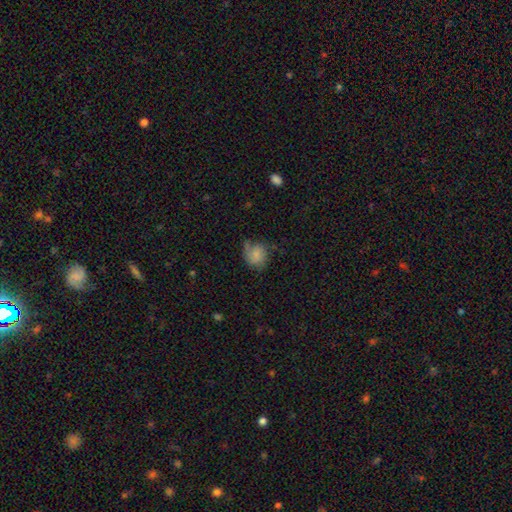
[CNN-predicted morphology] This appears to be a smooth galaxy with no disk features (66%) that is round (65%). Merging: none (47%).